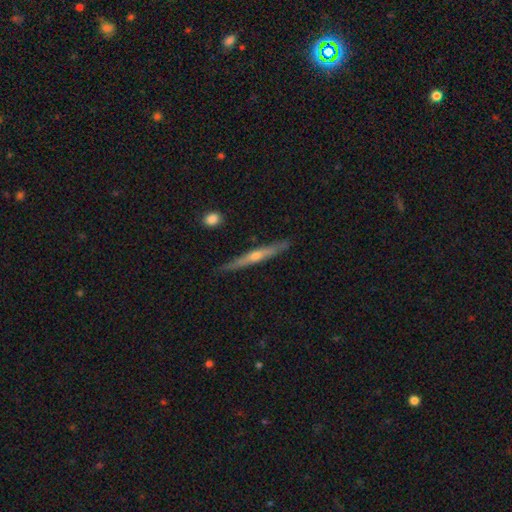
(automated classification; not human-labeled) featured or disk 72%, smooth 22%, star or artifact 6%. Down the decision tree: edge-on disk — yes (97%); edge-on bulge — rounded (80%); merging — none (88%).